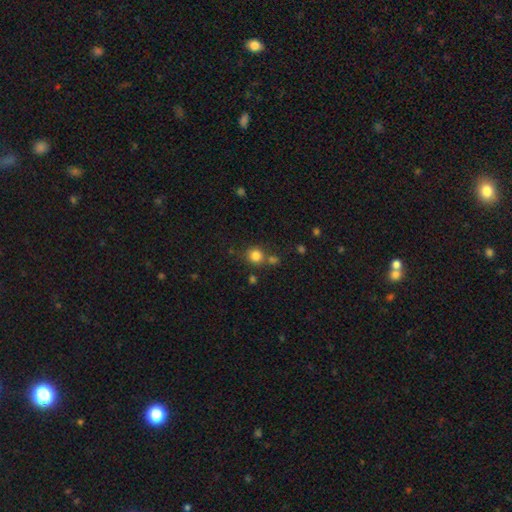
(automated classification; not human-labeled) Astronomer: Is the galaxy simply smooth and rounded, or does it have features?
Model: smooth — 82%.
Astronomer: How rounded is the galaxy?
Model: round — 89%.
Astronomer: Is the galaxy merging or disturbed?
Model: none — 70%.